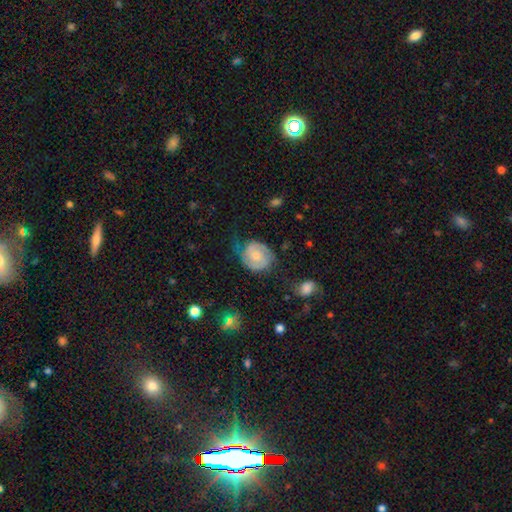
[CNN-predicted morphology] smooth_or_featured: featured or disk (p=0.60) [alt: smooth p=0.33]
disk_edge_on: no (p=0.97) [alt: yes p=0.03]
bar: no (p=0.66) [alt: weak p=0.29]
has_spiral_arms: yes (p=0.86) [alt: no p=0.14]
bulge_size: small (p=0.51) [alt: moderate p=0.40]
merging: none (p=0.48) [alt: minor disturbance p=0.28]